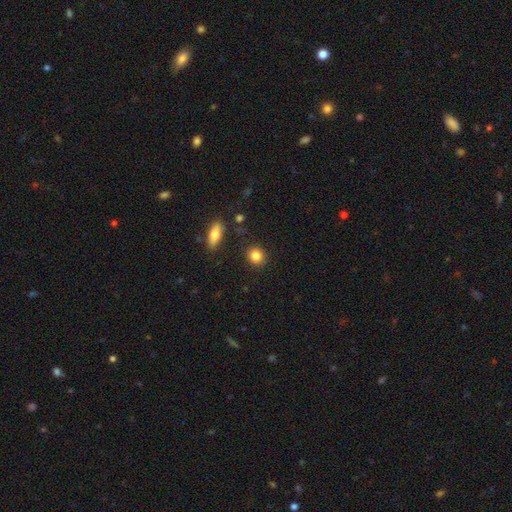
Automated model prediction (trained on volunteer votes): Smooth or featured?
  - smooth: 85% *
  - star or artifact: 9%
  - featured or disk: 6%
How rounded?
  - round: 73% *
  - in between: 26%
  - cigar-shaped: 2%
Merging?
  - none: 87% *
  - minor disturbance: 8%
  - major disturbance: 2%
  - merger: 2%